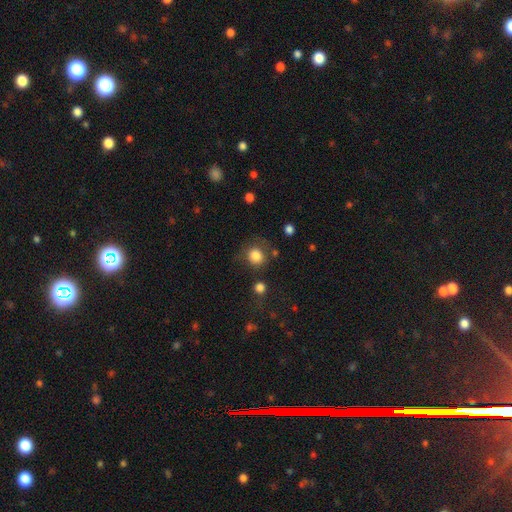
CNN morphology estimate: The model was most divided on "merging": none: 71%, minor disturbance: 15%, major disturbance: 8%, merger: 6%. More confident: how rounded — round (86%); smooth or featured — smooth (83%).